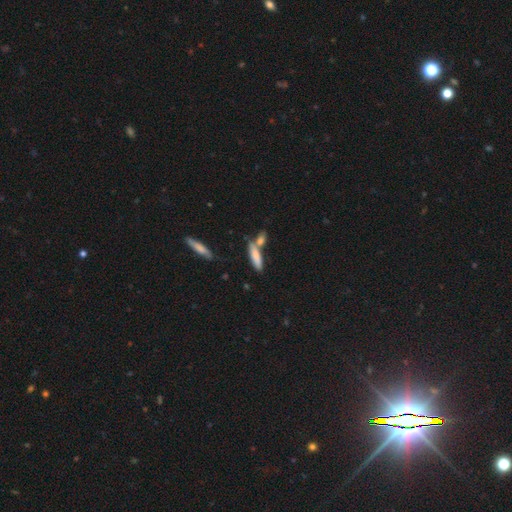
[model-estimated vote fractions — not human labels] Overall: smooth (76%). How rounded: cigar-shaped (69%; in between 29%). Merging: none (54%; merger 29%).